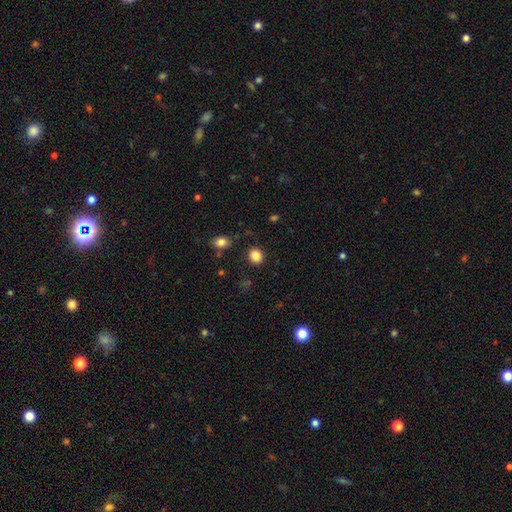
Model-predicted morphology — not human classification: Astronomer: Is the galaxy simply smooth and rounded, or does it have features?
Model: smooth — 86%.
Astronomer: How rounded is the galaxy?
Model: round — 75%.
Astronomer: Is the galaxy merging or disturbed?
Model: none — 87%.